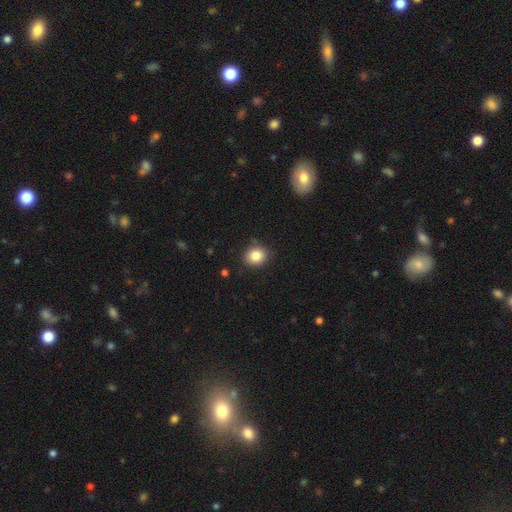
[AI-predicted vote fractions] Q: Smooth or featured?
A: smooth (85%); runner-up: star or artifact (10%)
Q: How rounded?
A: round (75%); runner-up: in between (24%)
Q: Merging?
A: none (86%); runner-up: minor disturbance (10%)